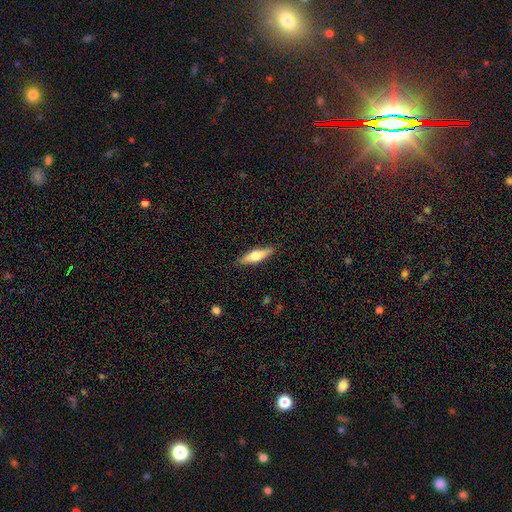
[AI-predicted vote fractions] Smooth or featured? Predicted: smooth (p=0.48). Merging? Predicted: none (p=0.89).